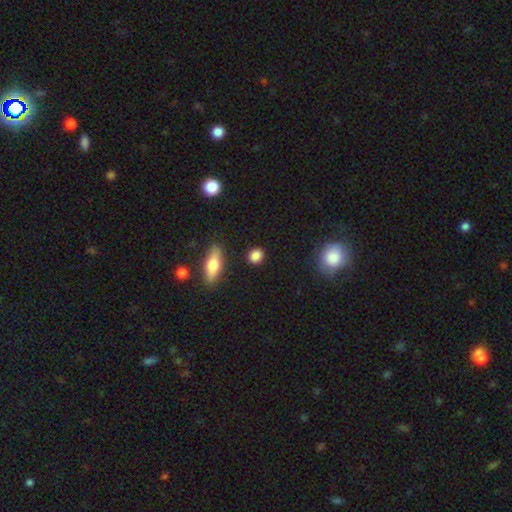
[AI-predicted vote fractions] Q: Smooth or featured?
A: smooth (85%); runner-up: star or artifact (10%)
Q: How rounded?
A: round (69%); runner-up: in between (28%)
Q: Merging?
A: none (86%); runner-up: minor disturbance (9%)